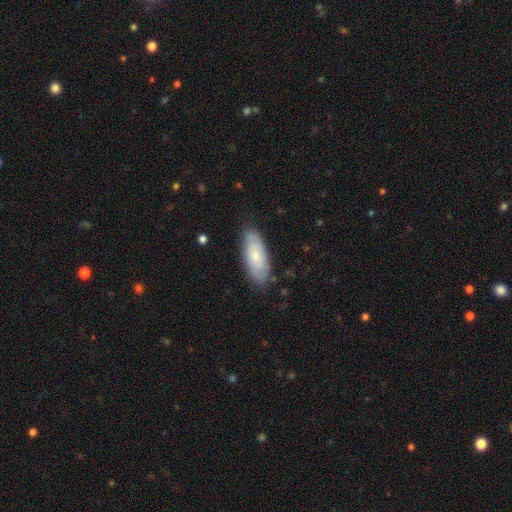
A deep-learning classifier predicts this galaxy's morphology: type=smooth (64%); roundness=in between (79%); merging=none (81%).